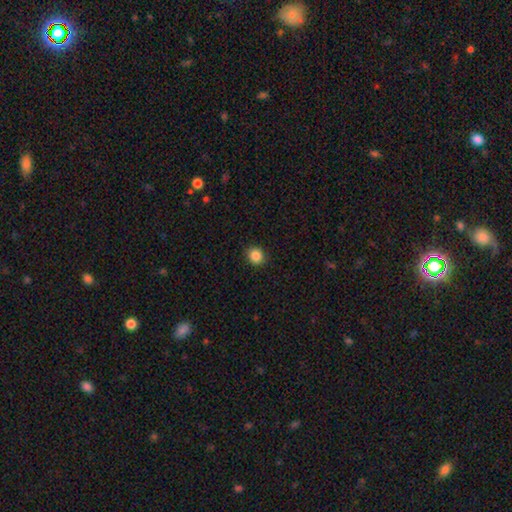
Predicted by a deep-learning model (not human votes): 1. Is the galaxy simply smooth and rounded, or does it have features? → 86% smooth, 10% star or artifact, 4% featured or disk.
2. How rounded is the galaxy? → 85% round, 14% in between, 1% cigar-shaped.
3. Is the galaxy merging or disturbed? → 91% none, 6% minor disturbance, 2% major disturbance, 1% merger.